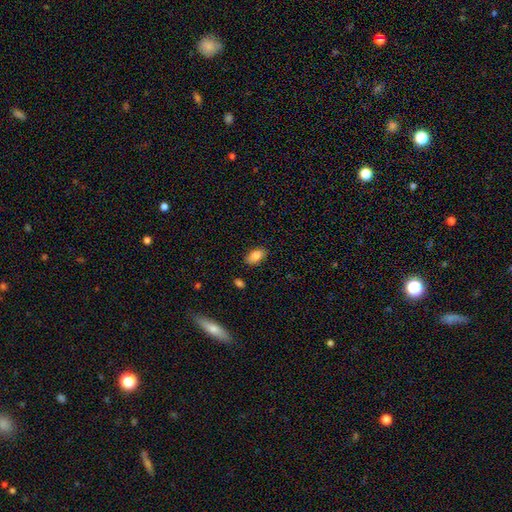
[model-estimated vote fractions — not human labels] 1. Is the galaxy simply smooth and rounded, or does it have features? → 85% smooth, 8% star or artifact, 8% featured or disk.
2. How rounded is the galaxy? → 92% in between, 5% round, 3% cigar-shaped.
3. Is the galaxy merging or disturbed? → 85% none, 11% minor disturbance, 2% major disturbance, 2% merger.